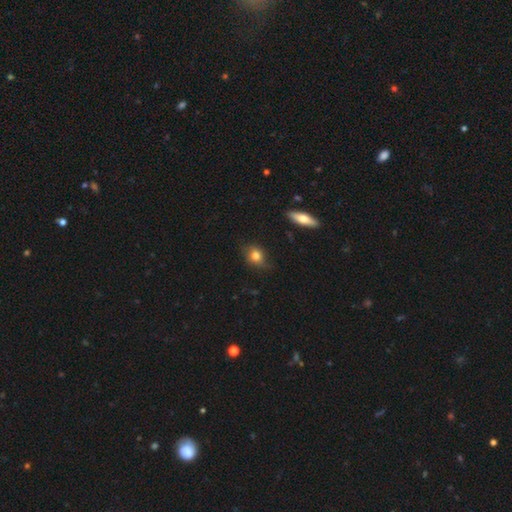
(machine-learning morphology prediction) type=smooth (80%); roundness=round (50%); merging=none (70%).